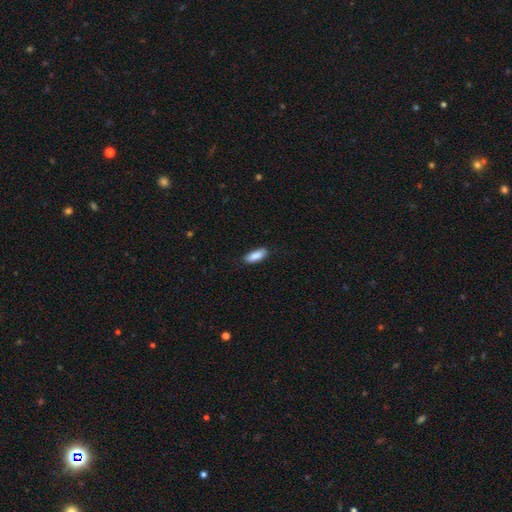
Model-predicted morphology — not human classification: Q: Smooth or featured?
A: smooth (88%); runner-up: star or artifact (6%)
Q: How rounded?
A: in between (70%); runner-up: cigar-shaped (28%)
Q: Merging?
A: none (82%); runner-up: minor disturbance (14%)